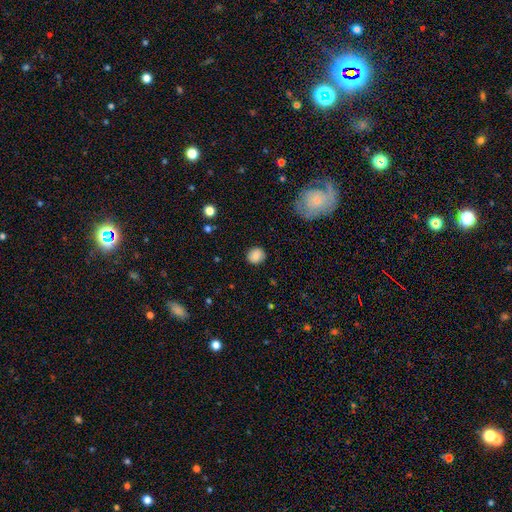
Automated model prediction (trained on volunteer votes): A smooth galaxy with no disk features (84%) that is round (79%). Merging: none (86%).